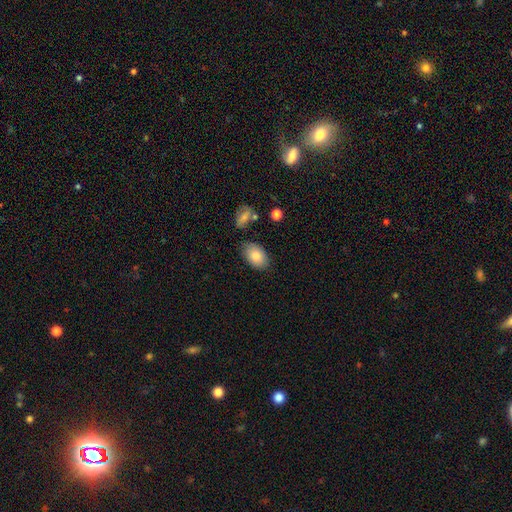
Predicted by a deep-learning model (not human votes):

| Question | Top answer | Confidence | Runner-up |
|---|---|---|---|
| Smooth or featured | smooth | 80% | featured or disk (12%) |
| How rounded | in between | 88% | round (11%) |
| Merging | none | 75% | minor disturbance (17%) |